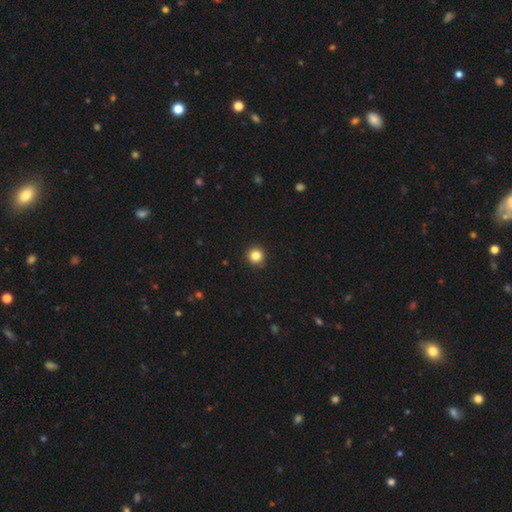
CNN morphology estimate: Smooth or featured? smooth (84%)
How rounded? round (96%)
Merging? none (93%)